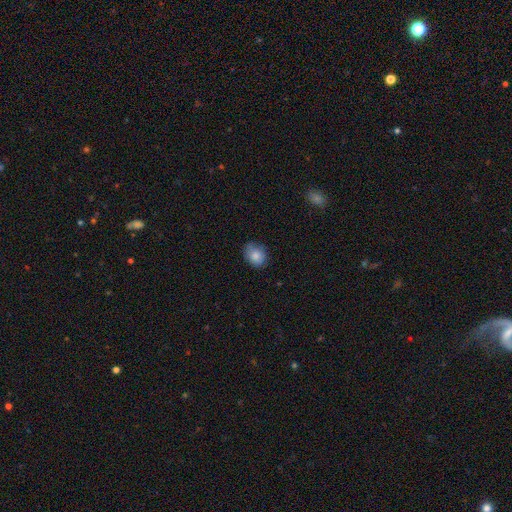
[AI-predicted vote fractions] smooth-or-featured: smooth: 83% | featured or disk: 9% | star or artifact: 8%
  how-rounded: round: 50% | in between: 49% | cigar-shaped: 1%
  merging: none: 72% | minor disturbance: 23% | major disturbance: 4% | merger: 1%